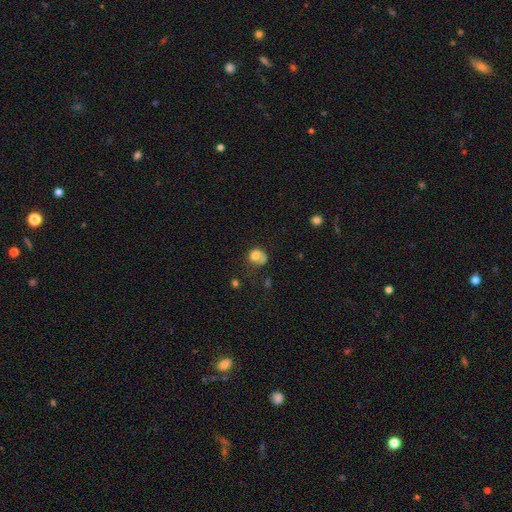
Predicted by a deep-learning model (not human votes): This appears to be a smooth galaxy with no disk features (69%) that is round (67%). Merging: none (37%).